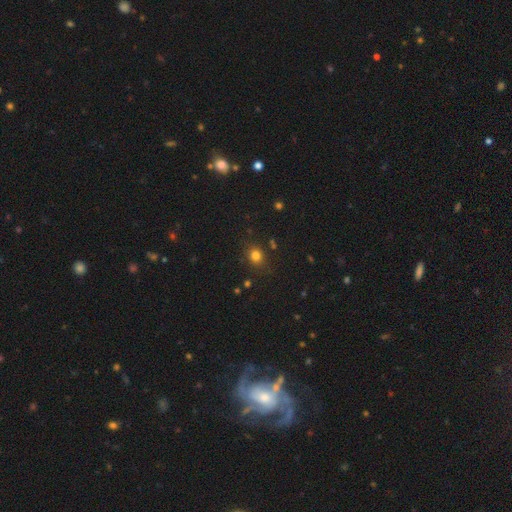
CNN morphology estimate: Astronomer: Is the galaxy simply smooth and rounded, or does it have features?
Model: smooth — 78%.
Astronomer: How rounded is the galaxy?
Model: round — 72%.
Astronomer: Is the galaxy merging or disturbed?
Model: none — 84%.